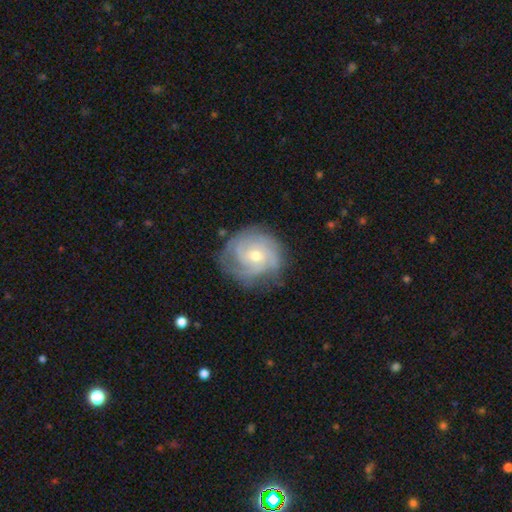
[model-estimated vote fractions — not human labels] The model was most divided on "bulge size": moderate: 50%, small: 47%, large: 2%, none: 1%, dominant: 1%. Remaining: edge-on disk — no (98%); spiral arms — yes (95%); smooth or featured — featured or disk (81%); merging — none (74%); bar — no (71%); spiral winding — tight (65%); spiral arm count — 3 (32%).